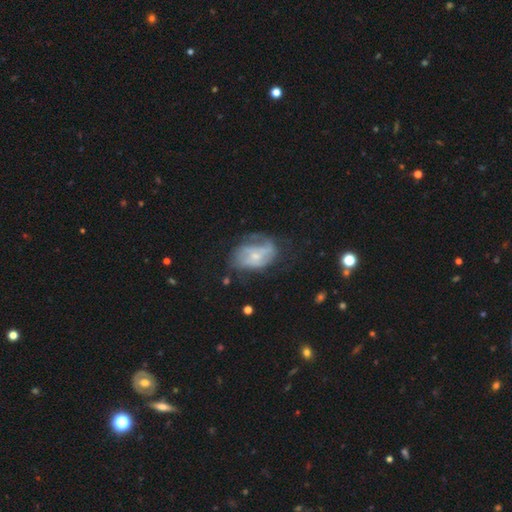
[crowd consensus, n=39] Smooth or featured?
  - featured or disk: 74% *
  - smooth: 18%
  - star or artifact: 8%
Edge-on disk?
  - no: 100% *
  - yes: 0%
Bar?
  - no: 55% *
  - weak: 41%
  - strong: 3%
Spiral arms?
  - yes: 72% *
  - no: 28%
Spiral winding?
  - medium: 43% *
  - tight: 29%
  - loose: 29%
Spiral arm count?
  - can't tell: 38% *
  - 1: 29%
  - 2: 24%
  - 3: 5%
  - more than 4: 5%
  - 4: 0%
Bulge size?
  - small: 52% *
  - moderate: 41%
  - dominant: 3%
  - none: 3%
  - large: 0%
Merging?
  - none: 44% *
  - minor disturbance: 28%
  - major disturbance: 25%
  - merger: 3%